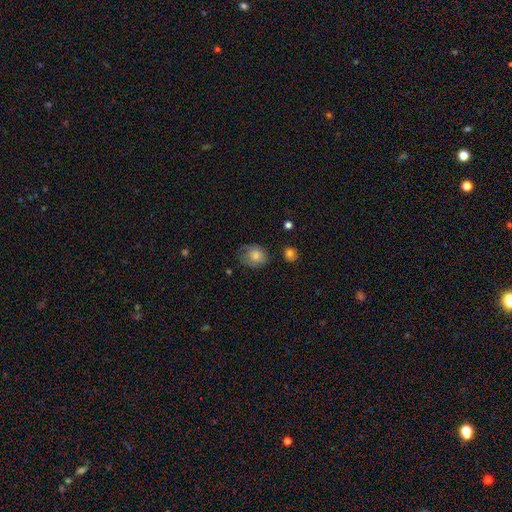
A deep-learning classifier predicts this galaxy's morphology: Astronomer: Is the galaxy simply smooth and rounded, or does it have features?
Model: smooth — 76%.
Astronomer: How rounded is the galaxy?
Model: round — 58% (runner-up: in between, 41%).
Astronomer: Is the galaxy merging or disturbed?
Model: none — 53% (runner-up: minor disturbance, 31%).